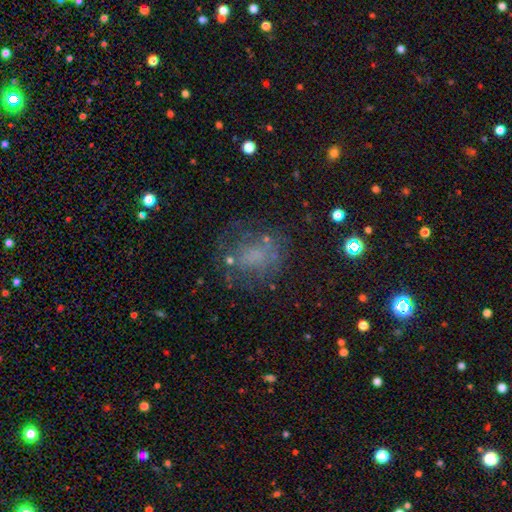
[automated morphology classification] Q: Smooth or featured?
A: smooth (46%); runner-up: featured or disk (34%)
Q: Merging?
A: none (59%); runner-up: minor disturbance (19%)